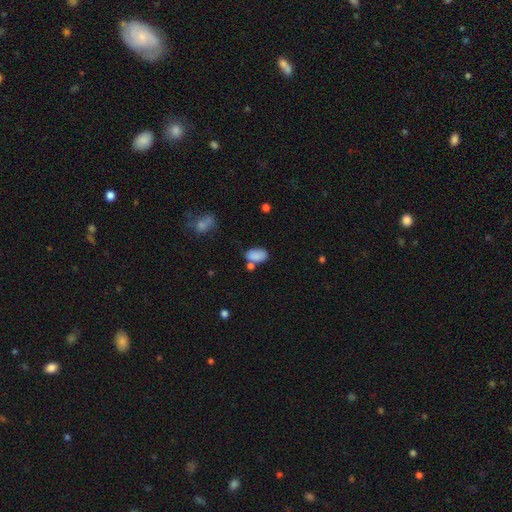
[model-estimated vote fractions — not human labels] smooth_or_featured: smooth (p=0.85) [alt: star or artifact p=0.09]
how_rounded: in between (p=0.92) [alt: round p=0.06]
merging: none (p=0.57) [alt: merger p=0.19]